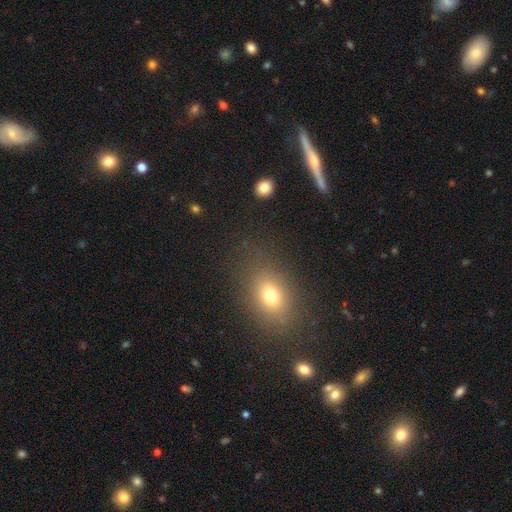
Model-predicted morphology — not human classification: A smooth galaxy with no disk features (60%) that is in between round and cigar-shaped (61%).

Vote fractions:
- Smooth or featured? smooth: 60% / star or artifact: 25% / featured or disk: 15%
- How rounded? in between: 61% / round: 32% / cigar-shaped: 7%
- Merging? none: 85% / minor disturbance: 9% / major disturbance: 3% / merger: 2%